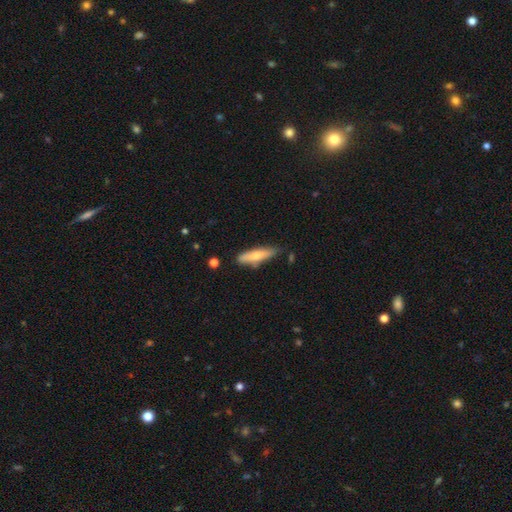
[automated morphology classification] The model was most divided on "smooth or featured": smooth: 64%, featured or disk: 30%, star or artifact: 6%. More confident: merging — none (72%); how rounded — cigar-shaped (70%).